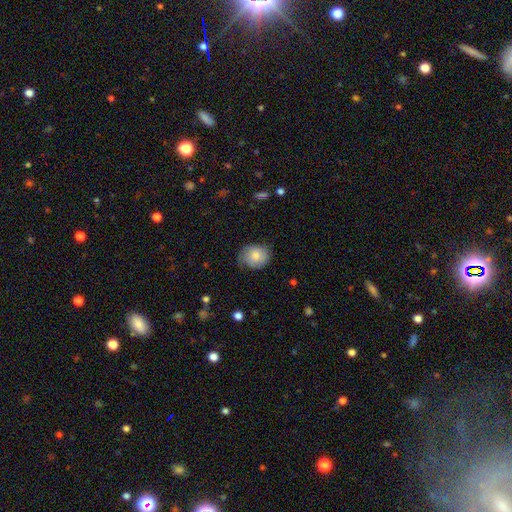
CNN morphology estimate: This is likely a smooth galaxy (78%). How rounded: likely round (64%). Merging: likely none (65%).